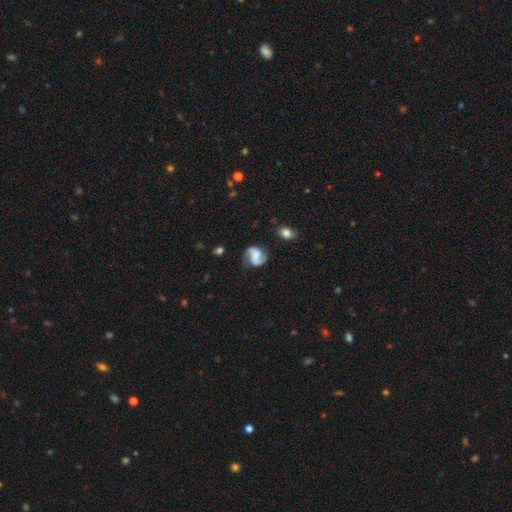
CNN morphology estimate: A featured or disk galaxy (80%) with no bar (49%), 2 (92%) medium (46%) spiral arms (96%) and no central bulge (42%). Merging: none (75%).